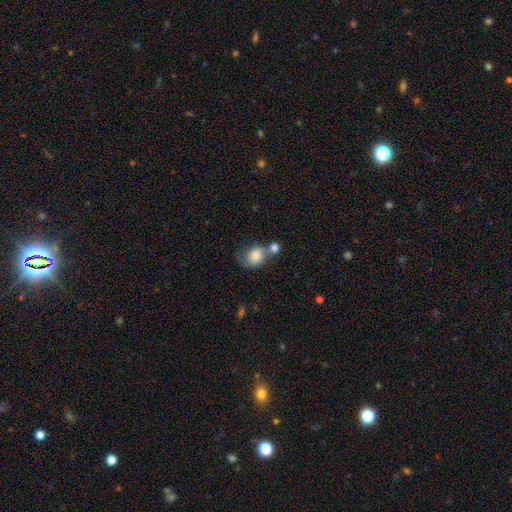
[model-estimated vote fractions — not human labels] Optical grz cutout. It shows a smooth galaxy with no disk features (77%) that is round (56%). Merging: merger (43%).